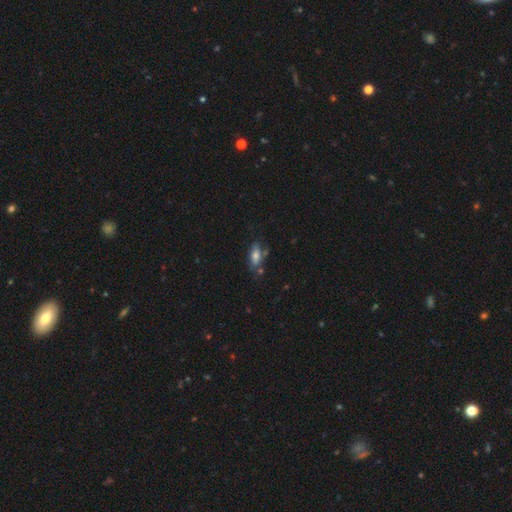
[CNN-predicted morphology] A smooth galaxy with no disk features (69%) that is in between round and cigar-shaped (80%).

Vote fractions:
- Smooth or featured? smooth: 69% / featured or disk: 22% / star or artifact: 9%
- How rounded? in between: 80% / cigar-shaped: 16% / round: 4%
- Merging? none: 55% / minor disturbance: 25% / merger: 11% / major disturbance: 9%